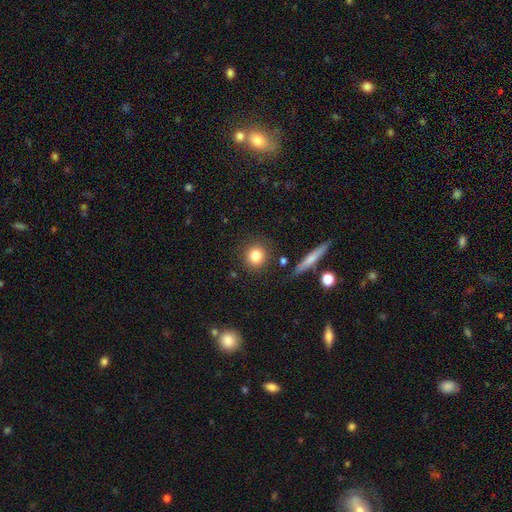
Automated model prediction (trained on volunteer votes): This appears to be a smooth galaxy with no disk features (82%) that is round (89%). Merging: none (84%).